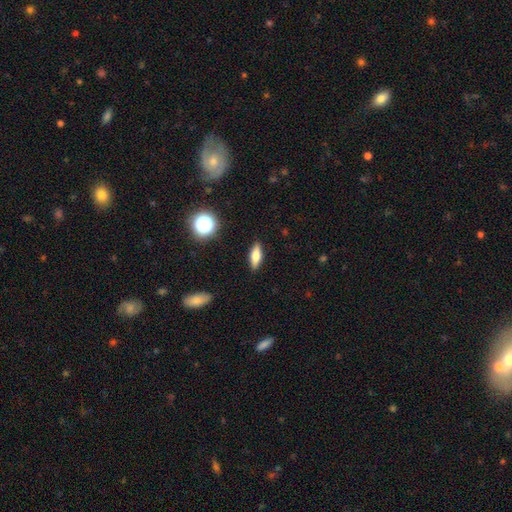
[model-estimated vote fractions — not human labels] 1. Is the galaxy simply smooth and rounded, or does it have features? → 62% smooth, 29% featured or disk, 9% star or artifact.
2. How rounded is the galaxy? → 55% in between, 41% cigar-shaped, 4% round.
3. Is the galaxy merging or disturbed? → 88% none, 8% minor disturbance, 2% major disturbance, 1% merger.